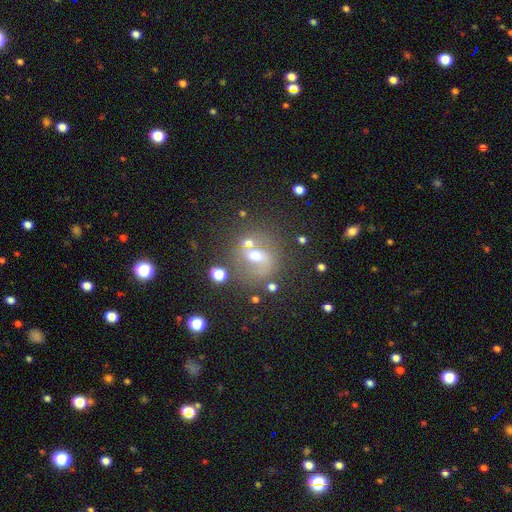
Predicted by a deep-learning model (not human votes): The model was most divided on "smooth or featured": featured or disk: 42%, smooth: 39%, star or artifact: 19%. Remaining: merging — none (49%).